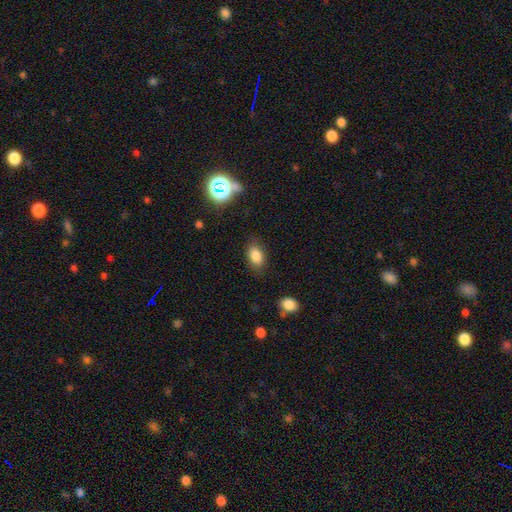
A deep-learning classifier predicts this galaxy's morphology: A smooth galaxy with no disk features (83%) that is in between round and cigar-shaped (87%). Merging: none (82%).